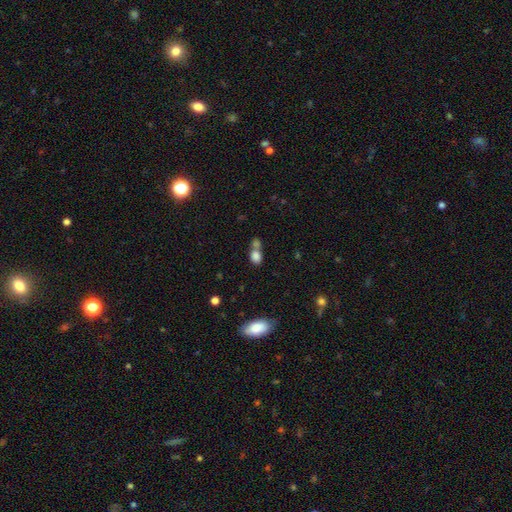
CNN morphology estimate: Smooth or featured?
  - smooth: 81% *
  - star or artifact: 11%
  - featured or disk: 8%
How rounded?
  - in between: 64% *
  - round: 34%
  - cigar-shaped: 2%
Merging?
  - merger: 54% *
  - none: 33%
  - minor disturbance: 8%
  - major disturbance: 4%